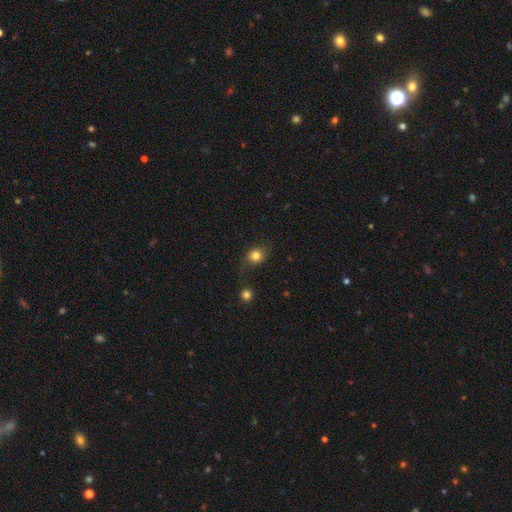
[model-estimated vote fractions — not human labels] smooth_or_featured: smooth (p=0.80) [alt: star or artifact p=0.11]
how_rounded: round (p=0.71) [alt: in between p=0.28]
merging: none (p=0.66) [alt: minor disturbance p=0.20]